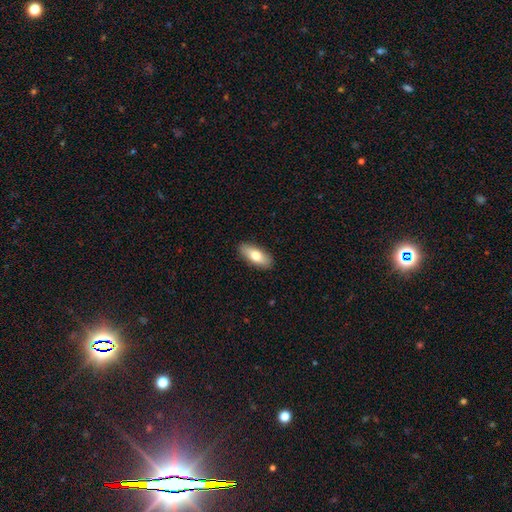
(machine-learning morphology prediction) Smooth or featured? smooth (75%)
How rounded? in between (78%)
Merging? none (89%)